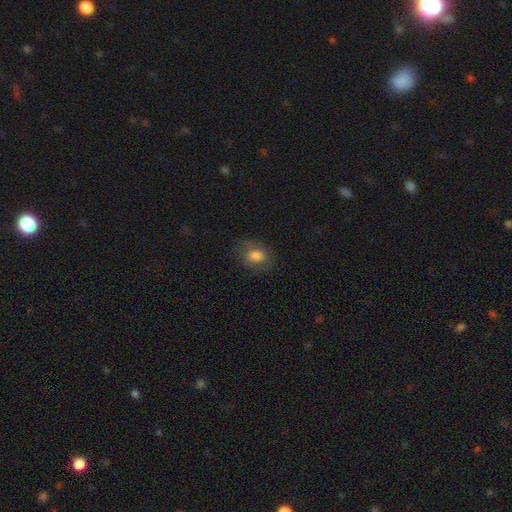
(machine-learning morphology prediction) smooth_or_featured: smooth (p=0.77) [alt: featured or disk p=0.13]
how_rounded: in between (p=0.65) [alt: round p=0.33]
merging: none (p=0.74) [alt: minor disturbance p=0.18]